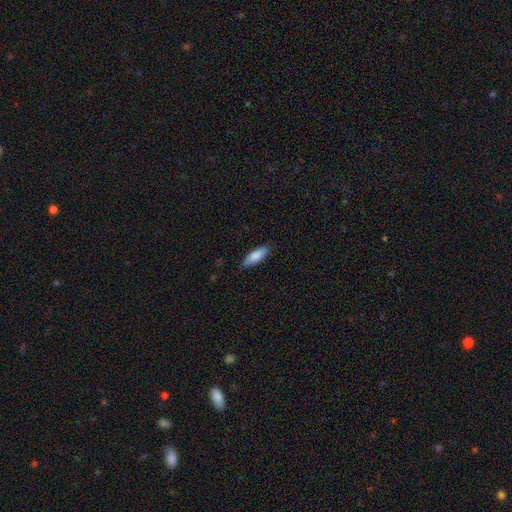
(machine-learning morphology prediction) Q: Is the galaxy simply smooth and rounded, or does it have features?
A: smooth — 83%.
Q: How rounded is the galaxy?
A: in between — 59%.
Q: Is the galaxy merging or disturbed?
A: none — 75%.